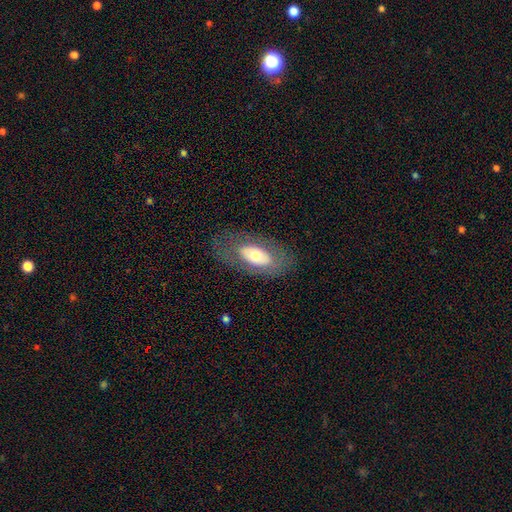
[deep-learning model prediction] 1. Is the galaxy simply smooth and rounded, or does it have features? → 53% smooth, 40% featured or disk, 7% star or artifact.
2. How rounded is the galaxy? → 90% in between, 5% round, 5% cigar-shaped.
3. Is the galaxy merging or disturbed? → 76% none, 14% minor disturbance, 9% major disturbance, 1% merger.